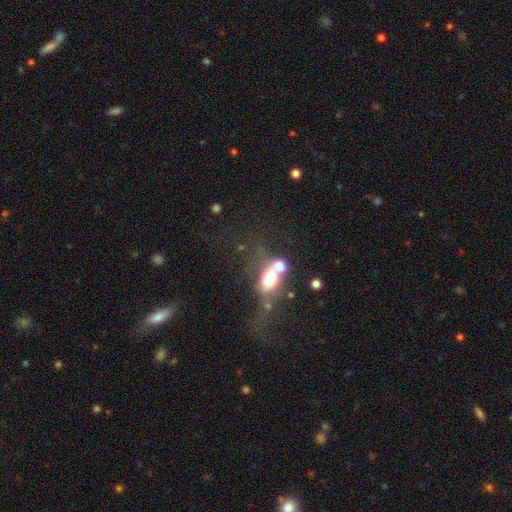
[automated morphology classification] type=smooth (37%); merging=merger (39%).